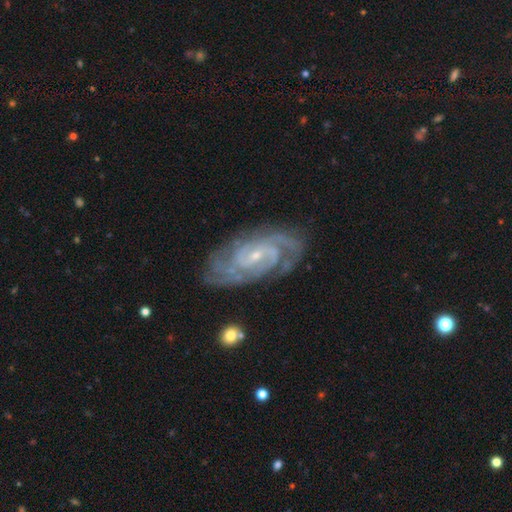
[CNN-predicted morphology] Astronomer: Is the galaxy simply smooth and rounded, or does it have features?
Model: featured or disk — 91%.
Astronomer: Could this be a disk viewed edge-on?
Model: no — 96%.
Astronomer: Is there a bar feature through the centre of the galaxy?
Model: no — 44% (runner-up: weak, 42%).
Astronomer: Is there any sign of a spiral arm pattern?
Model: yes — 98%.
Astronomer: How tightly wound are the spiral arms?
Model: tight — 67%.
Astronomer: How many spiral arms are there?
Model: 2 — 35% (runner-up: 3, 23%).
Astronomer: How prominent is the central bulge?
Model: small — 79%.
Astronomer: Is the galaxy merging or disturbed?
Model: none — 79%.